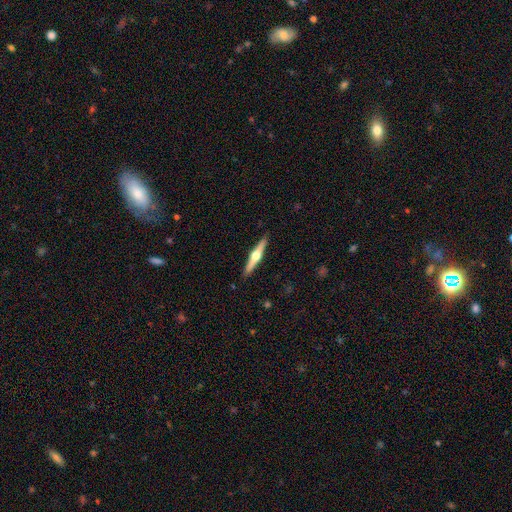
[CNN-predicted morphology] A featured or disk galaxy (71%) viewed edge-on (98%) with a rounded central bulge (95%). Merging: none (91%).